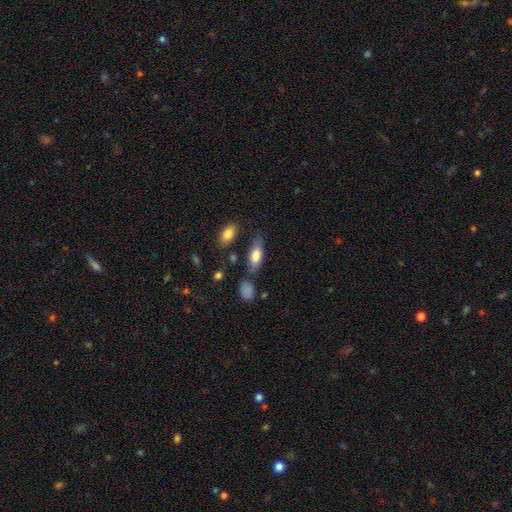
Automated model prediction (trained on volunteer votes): Q: Smooth or featured?
A: smooth (75%); runner-up: featured or disk (19%)
Q: How rounded?
A: in between (76%); runner-up: cigar-shaped (21%)
Q: Merging?
A: none (68%); runner-up: minor disturbance (20%)